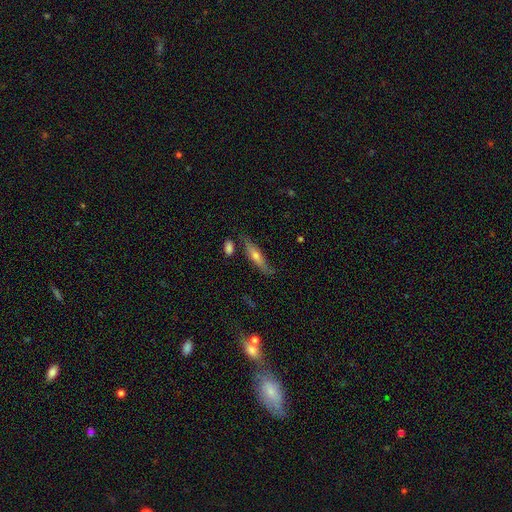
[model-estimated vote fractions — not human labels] Smooth or featured? Predicted: featured or disk (p=0.50). Edge-on disk? Predicted: yes (p=0.80). Merging? Predicted: none (p=0.73).